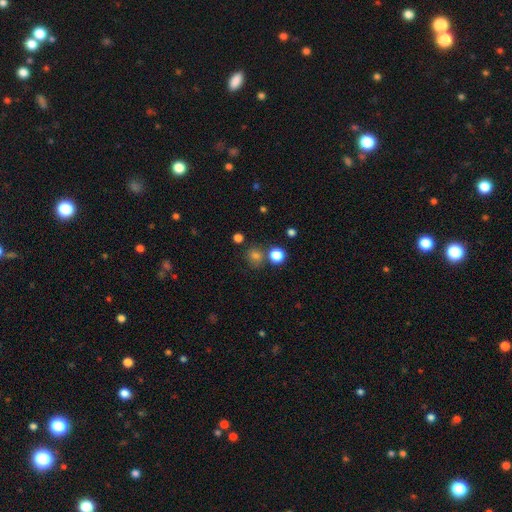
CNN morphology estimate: Overall: smooth (73%). How rounded: round (84%). Merging: none (72%).